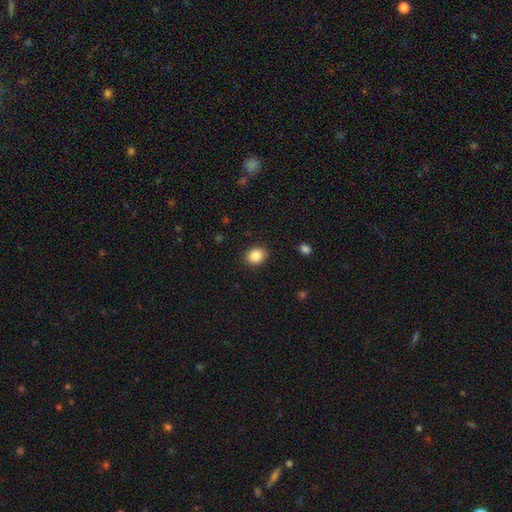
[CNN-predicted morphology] A smooth galaxy with no disk features (85%) that is round (60%). Merging: none (90%).